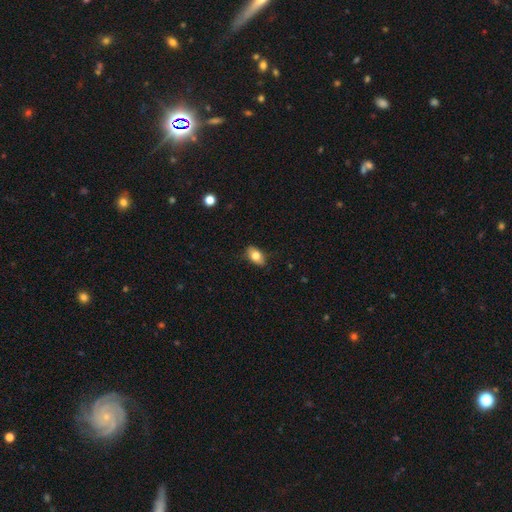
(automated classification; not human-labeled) Smooth or featured? Predicted: smooth (p=0.78). How rounded? Predicted: in between (p=0.88). Merging? Predicted: none (p=0.83).